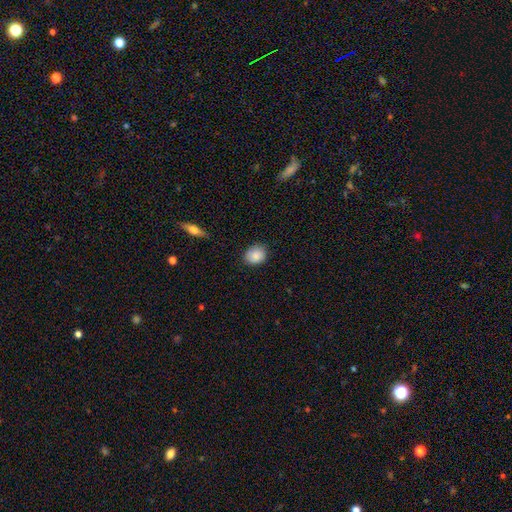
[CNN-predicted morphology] Overall: smooth (86%). How rounded: round (61%; in between 38%). Merging: none (83%).